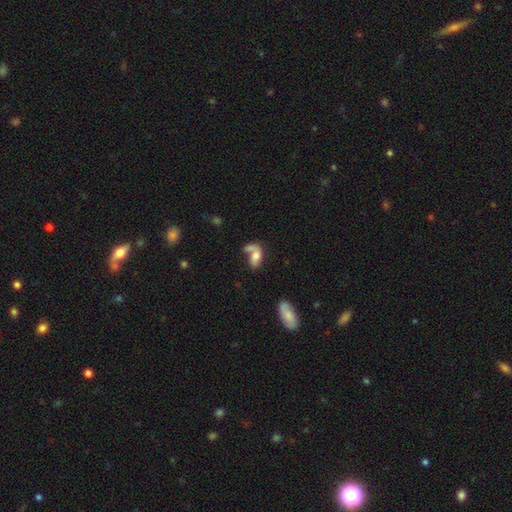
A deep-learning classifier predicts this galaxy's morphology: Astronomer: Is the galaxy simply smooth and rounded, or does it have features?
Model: smooth — 56% (runner-up: featured or disk, 34%).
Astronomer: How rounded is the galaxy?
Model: in between — 86%.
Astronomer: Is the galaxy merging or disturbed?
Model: merger — 37% (runner-up: none, 26%).